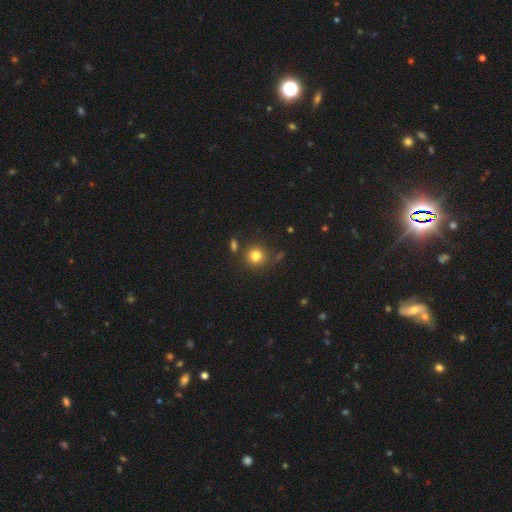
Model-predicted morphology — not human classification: Smooth or featured: smooth — 80% (star or artifact — 13%)
How rounded: round — 89% (in between — 10%)
Merging: none — 77% (minor disturbance — 11%)